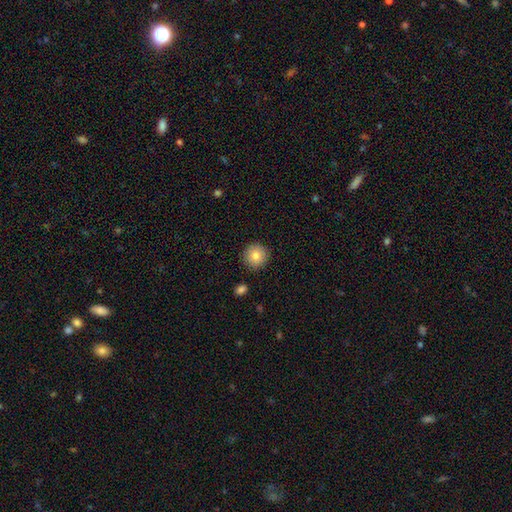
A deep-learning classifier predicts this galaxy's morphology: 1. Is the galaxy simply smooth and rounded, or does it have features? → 83% smooth, 8% star or artifact, 8% featured or disk.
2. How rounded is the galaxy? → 95% round, 5% in between, 1% cigar-shaped.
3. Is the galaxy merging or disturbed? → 90% none, 6% minor disturbance, 2% major disturbance, 1% merger.